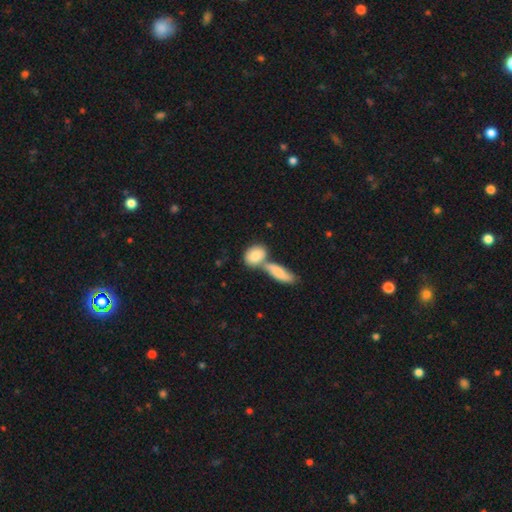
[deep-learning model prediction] smooth 80%, featured or disk 14%, star or artifact 6%. Down the decision tree: how rounded — in between (71%); merging — merger (48%).